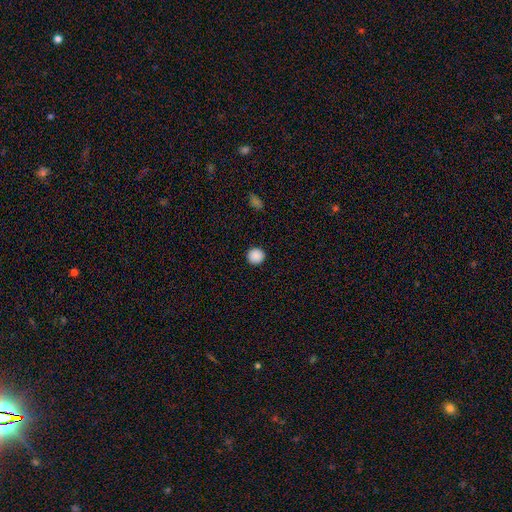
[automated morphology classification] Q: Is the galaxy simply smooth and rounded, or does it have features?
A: smooth — 89%.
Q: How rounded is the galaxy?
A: round — 93%.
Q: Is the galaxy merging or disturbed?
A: none — 93%.